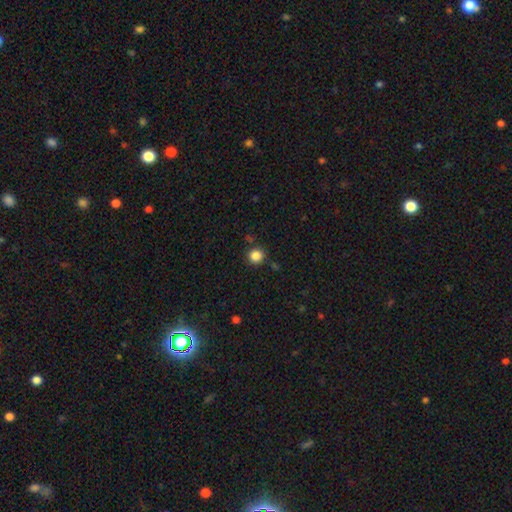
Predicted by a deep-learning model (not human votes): The model was most divided on "smooth or featured": smooth: 85%, star or artifact: 11%, featured or disk: 3%. More confident: how rounded — round (92%); merging — none (87%).